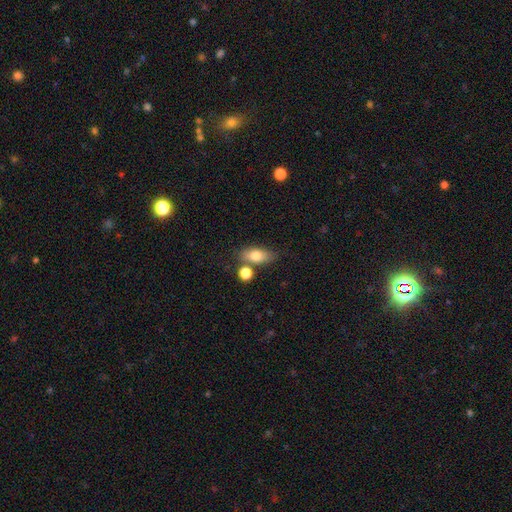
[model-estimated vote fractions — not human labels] Q: Smooth or featured?
A: smooth (77%); runner-up: featured or disk (15%)
Q: How rounded?
A: in between (78%); runner-up: cigar-shaped (13%)
Q: Merging?
A: none (66%); runner-up: merger (15%)